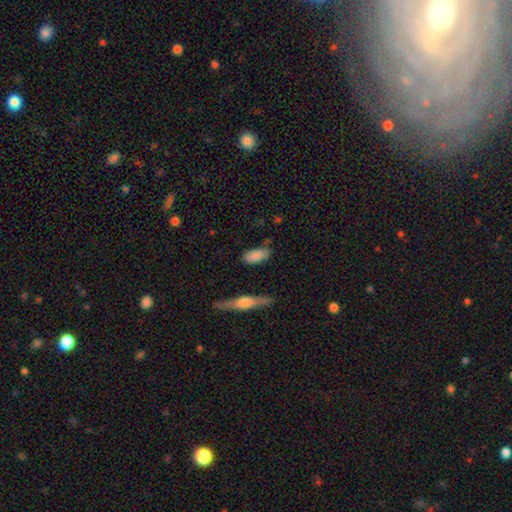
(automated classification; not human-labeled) smooth 83%, featured or disk 10%, star or artifact 7%. Down the decision tree: how rounded — in between (86%); merging — none (75%).